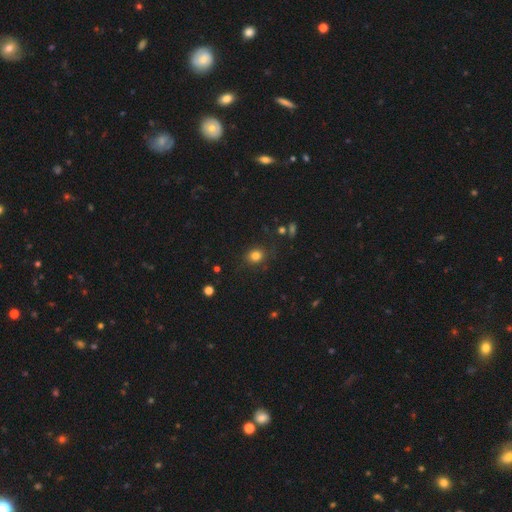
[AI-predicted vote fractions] A smooth galaxy with no disk features (81%) that is round (72%).

Vote fractions:
- Smooth or featured? smooth: 81% / star or artifact: 14% / featured or disk: 6%
- How rounded? round: 72% / in between: 27% / cigar-shaped: 1%
- Merging? none: 83% / minor disturbance: 11% / major disturbance: 4% / merger: 2%